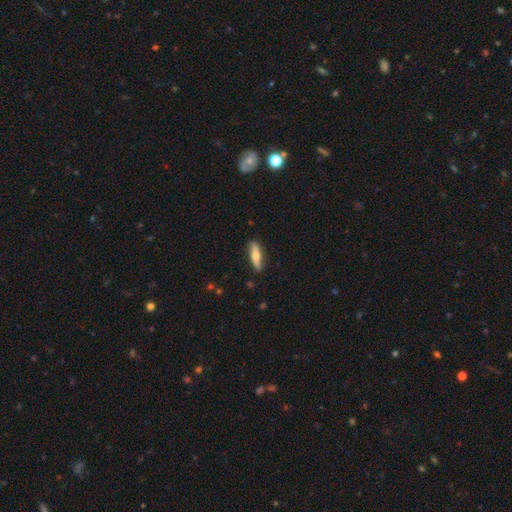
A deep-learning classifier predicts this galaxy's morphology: This appears to be a smooth galaxy with no disk features (57%) that is cigar-shaped (64%). Merging: none (85%).